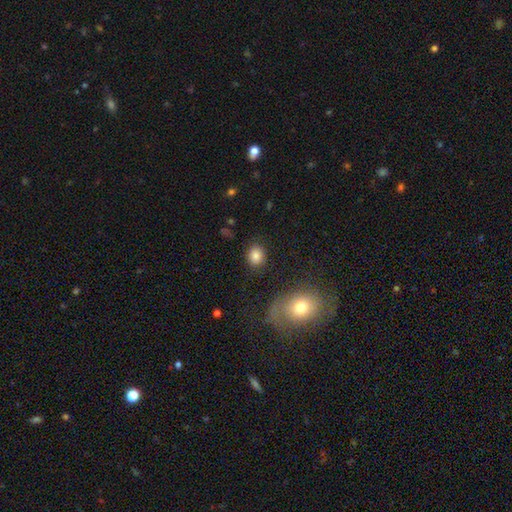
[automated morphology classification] smooth-or-featured: smooth: 84% | star or artifact: 10% | featured or disk: 6%
  how-rounded: round: 65% | in between: 34% | cigar-shaped: 1%
  merging: none: 85% | minor disturbance: 9% | major disturbance: 3% | merger: 2%